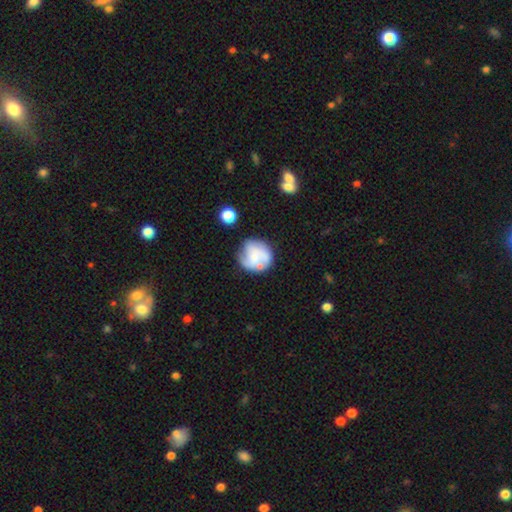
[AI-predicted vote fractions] This is possibly a featured or disk galaxy (51%). It is clearly not viewed edge-on (98%). Bar: likely no (76%). Spiral arm pattern: likely yes (66%). Central bulge: possibly small (55%). Merging: possibly none (58%).